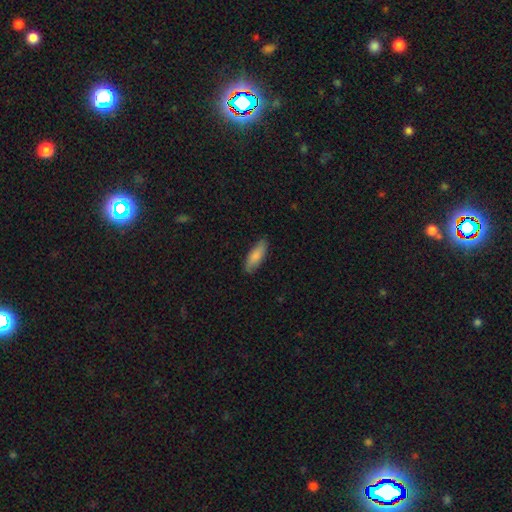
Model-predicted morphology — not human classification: A smooth galaxy with no disk features (83%) that is in between round and cigar-shaped (62%). Merging: none (86%).